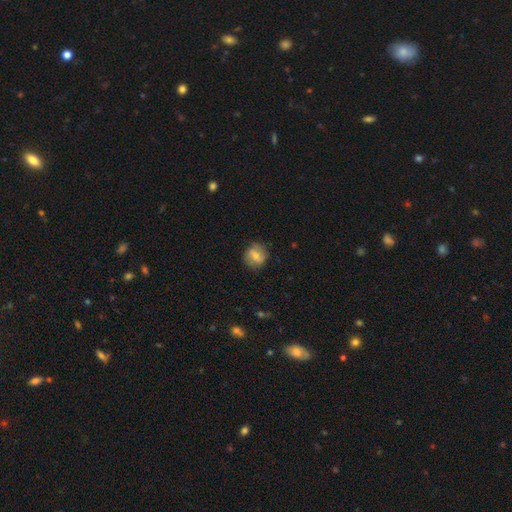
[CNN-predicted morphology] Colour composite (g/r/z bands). It shows a smooth galaxy with no disk features (57%) that is round (71%). Merging: none (81%).